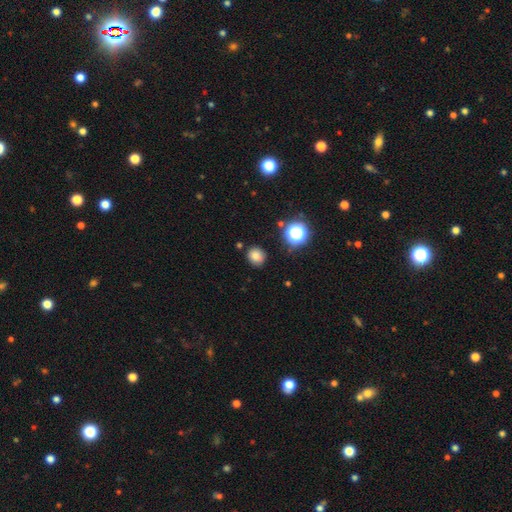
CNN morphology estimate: Smooth or featured? smooth (80%)
How rounded? round (82%)
Merging? none (84%)